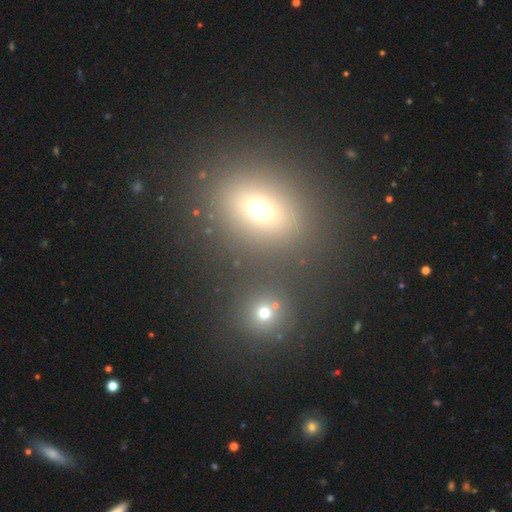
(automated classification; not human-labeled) Smooth or featured? Predicted: smooth (p=0.52). How rounded? Predicted: in between (p=0.56). Merging? Predicted: none (p=0.71).